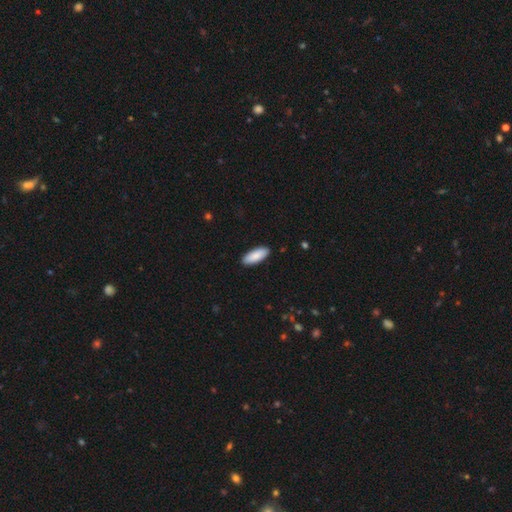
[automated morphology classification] This is clearly a smooth galaxy (89%). How rounded: likely in between (72%). Merging: clearly none (90%).